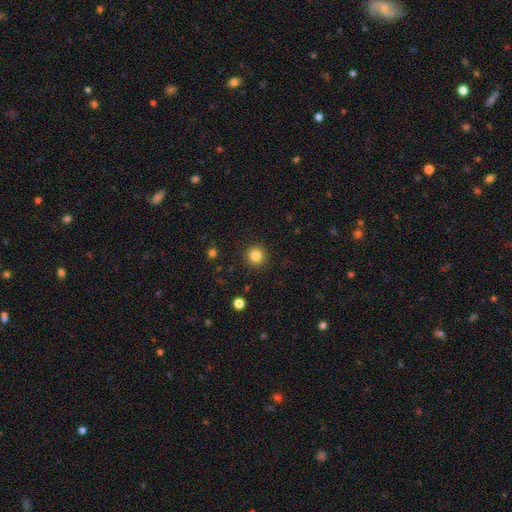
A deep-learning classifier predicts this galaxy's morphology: The model was most divided on "smooth or featured": smooth: 84%, star or artifact: 11%, featured or disk: 5%. More confident: how rounded — round (94%); merging — none (91%).